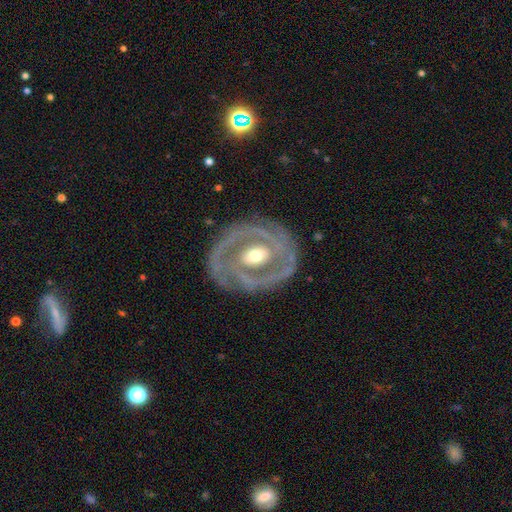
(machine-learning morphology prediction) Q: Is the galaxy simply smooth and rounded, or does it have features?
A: featured or disk — 87%.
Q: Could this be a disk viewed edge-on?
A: no — 97%.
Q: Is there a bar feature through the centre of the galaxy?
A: no — 41%.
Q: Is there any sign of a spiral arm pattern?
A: yes — 85%.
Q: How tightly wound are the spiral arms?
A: tight — 64%.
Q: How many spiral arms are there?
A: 2 — 62%.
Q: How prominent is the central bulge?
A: moderate — 66%.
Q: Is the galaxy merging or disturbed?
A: none — 79%.